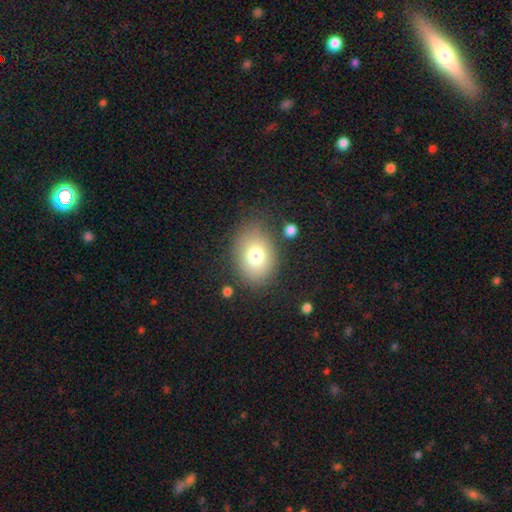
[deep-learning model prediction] Smooth or featured: smooth — 75% (featured or disk — 13%)
How rounded: in between — 63% (round — 36%)
Merging: none — 77% (minor disturbance — 14%)